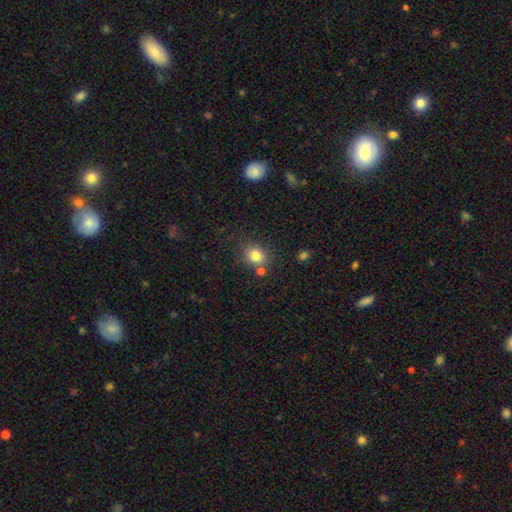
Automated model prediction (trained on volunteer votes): Smooth or featured?
  - smooth: 81% *
  - star or artifact: 12%
  - featured or disk: 7%
How rounded?
  - round: 70% *
  - in between: 29%
  - cigar-shaped: 1%
Merging?
  - none: 72% *
  - merger: 13%
  - minor disturbance: 12%
  - major disturbance: 4%